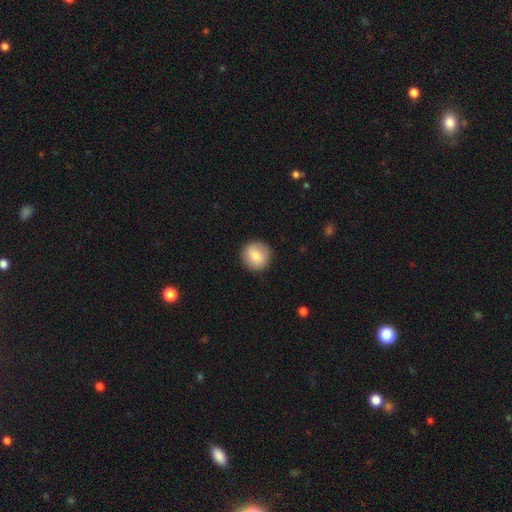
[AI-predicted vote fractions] Smooth or featured? smooth (78%)
How rounded? round (94%)
Merging? none (90%)